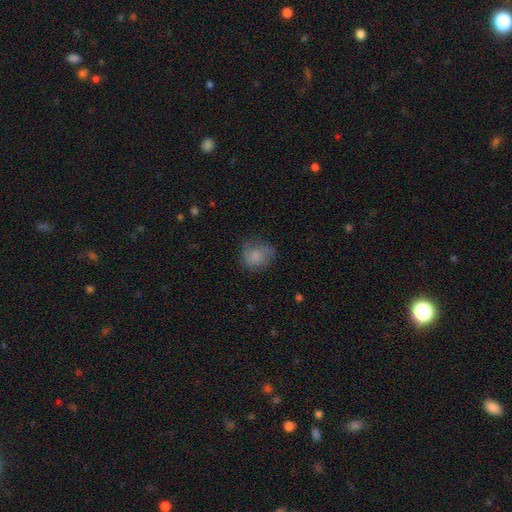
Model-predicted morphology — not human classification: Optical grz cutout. It shows a smooth galaxy with no disk features (69%) that is round (66%). Merging: none (57%).